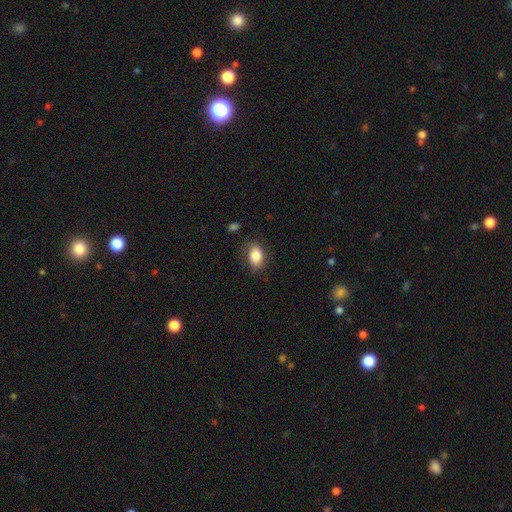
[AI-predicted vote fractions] Smooth or featured: smooth — 82% (featured or disk — 10%)
How rounded: in between — 81% (round — 18%)
Merging: none — 67% (minor disturbance — 23%)